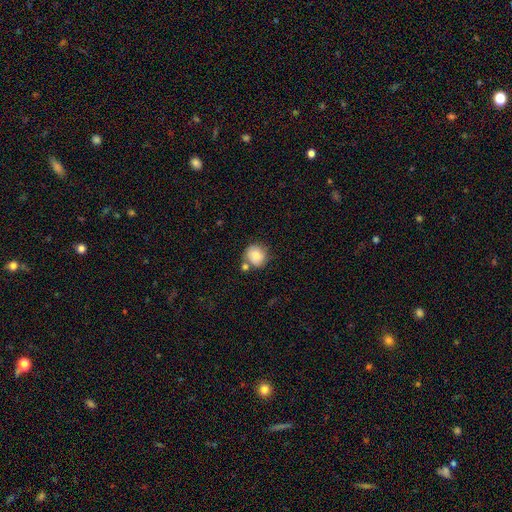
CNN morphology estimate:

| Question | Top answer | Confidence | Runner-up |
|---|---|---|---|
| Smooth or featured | smooth | 81% | featured or disk (11%) |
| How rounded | round | 86% | in between (13%) |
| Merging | none | 60% | merger (18%) |